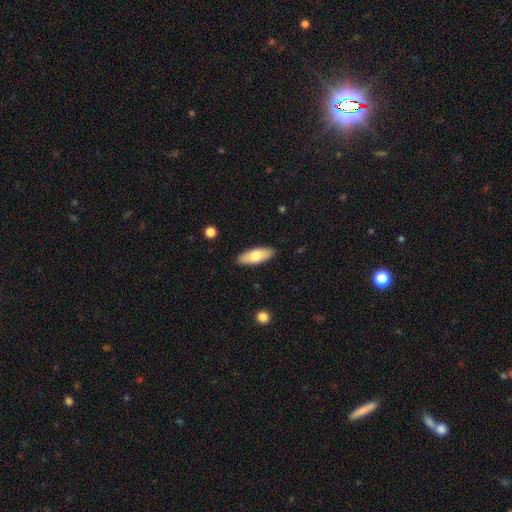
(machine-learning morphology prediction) Q: Smooth or featured?
A: smooth (74%); runner-up: featured or disk (20%)
Q: How rounded?
A: in between (75%); runner-up: cigar-shaped (23%)
Q: Merging?
A: none (89%); runner-up: minor disturbance (9%)